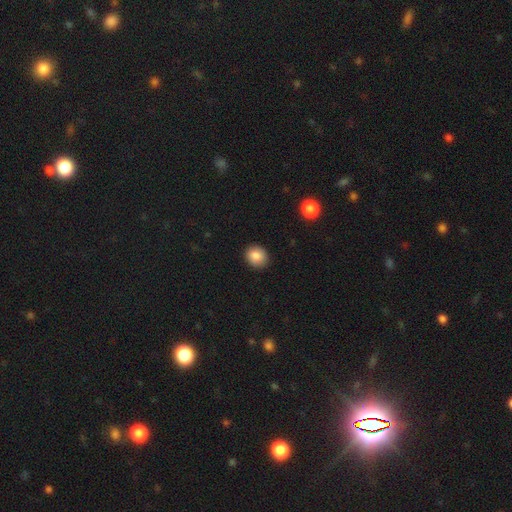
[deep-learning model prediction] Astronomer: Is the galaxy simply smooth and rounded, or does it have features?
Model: smooth — 85%.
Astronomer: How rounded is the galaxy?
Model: round — 71%.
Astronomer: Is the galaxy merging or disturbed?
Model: none — 89%.